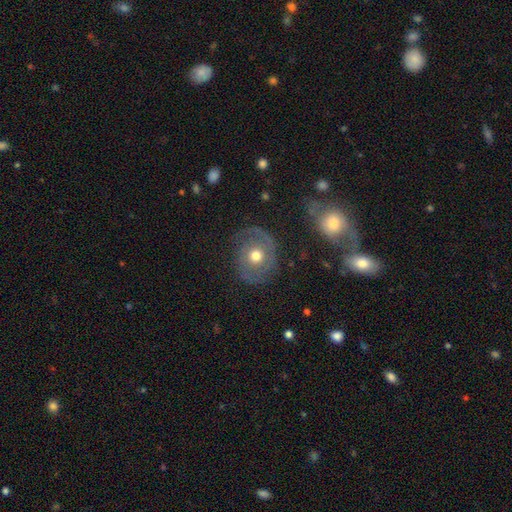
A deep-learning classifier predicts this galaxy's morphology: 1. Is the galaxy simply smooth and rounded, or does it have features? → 55% featured or disk, 36% smooth, 10% star or artifact.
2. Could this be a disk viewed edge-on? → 96% no, 4% yes.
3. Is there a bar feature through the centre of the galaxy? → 83% no, 13% weak, 3% strong.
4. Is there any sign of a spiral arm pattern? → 62% yes, 38% no.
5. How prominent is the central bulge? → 78% moderate, 11% small, 9% large, 1% dominant, 1% none.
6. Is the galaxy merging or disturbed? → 71% none, 17% minor disturbance, 10% major disturbance, 2% merger.